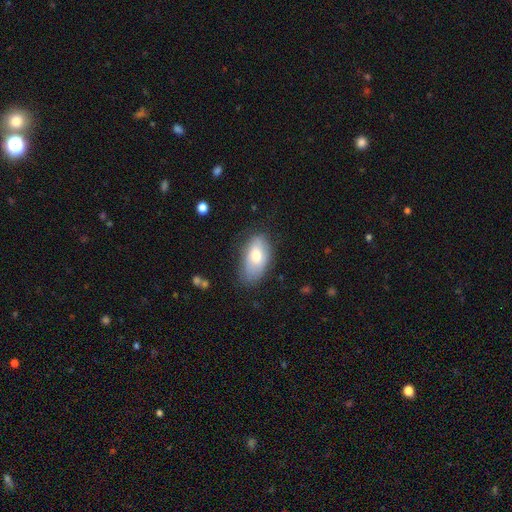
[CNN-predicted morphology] A smooth galaxy with no disk features (68%) that is in between round and cigar-shaped (93%).

Vote fractions:
- Smooth or featured? smooth: 68% / featured or disk: 25% / star or artifact: 7%
- How rounded? in between: 93% / round: 4% / cigar-shaped: 3%
- Merging? none: 67% / minor disturbance: 25% / major disturbance: 6% / merger: 2%